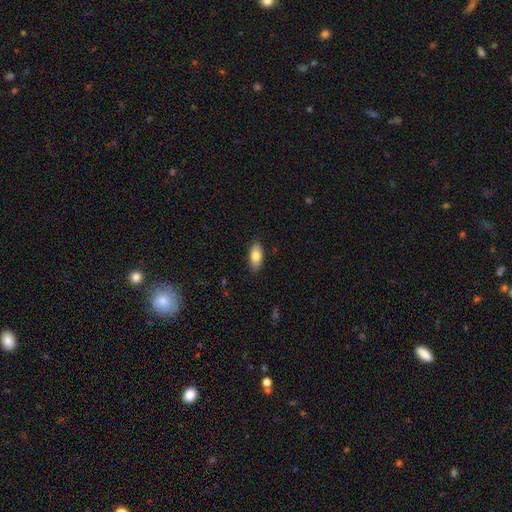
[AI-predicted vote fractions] Q: Smooth or featured?
A: smooth (80%); runner-up: featured or disk (14%)
Q: How rounded?
A: in between (90%); runner-up: cigar-shaped (7%)
Q: Merging?
A: none (87%); runner-up: minor disturbance (10%)